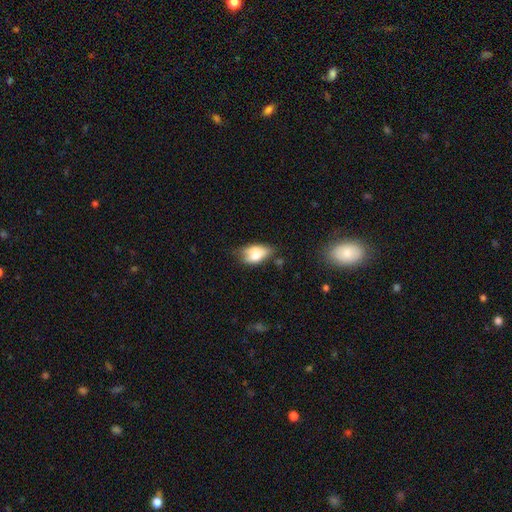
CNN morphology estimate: Overall: smooth (62%; featured or disk 29%). How rounded: in between (87%). Merging: none (35%; minor disturbance 30%).